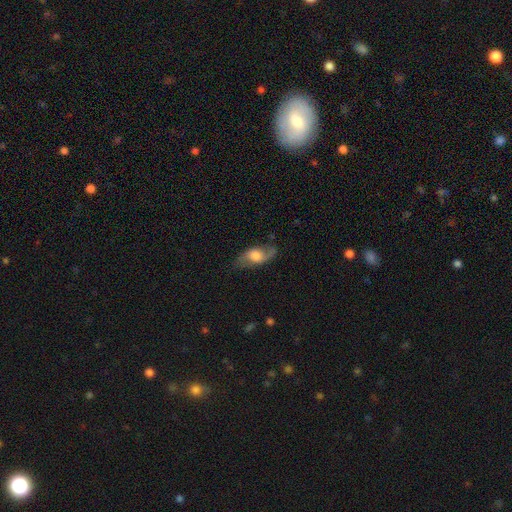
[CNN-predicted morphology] This appears to be a featured or disk galaxy (55%). Merging: none (69%).